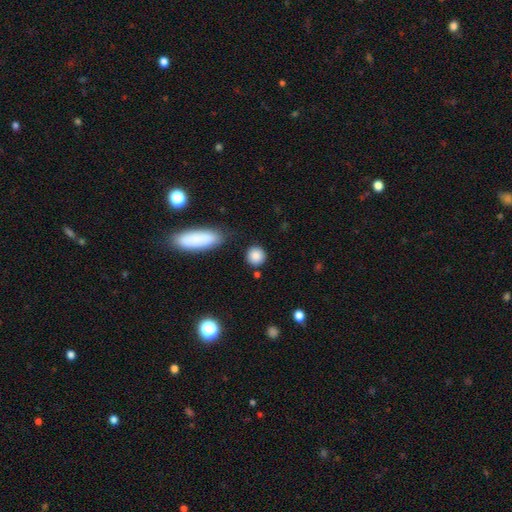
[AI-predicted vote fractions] The model was most divided on "merging": none: 85%, minor disturbance: 9%, merger: 3%, major disturbance: 3%. More confident: how rounded — round (89%); smooth or featured — smooth (87%).